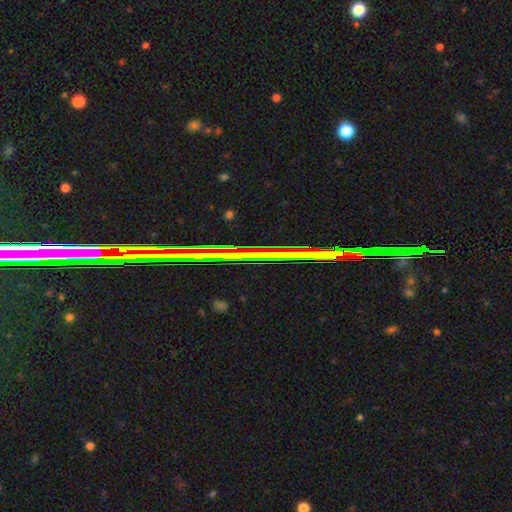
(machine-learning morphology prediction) type=star or artifact (77%).